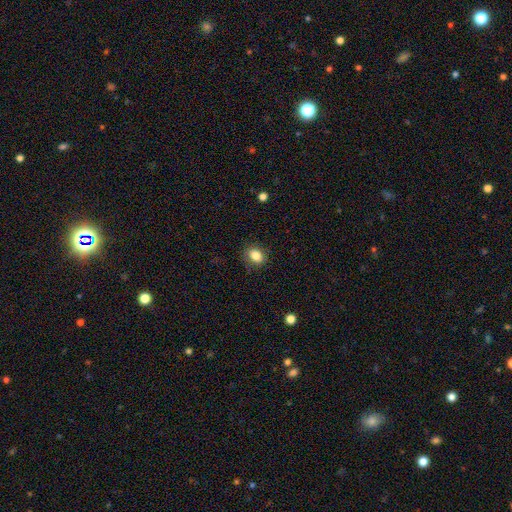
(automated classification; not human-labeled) Morphology: type=smooth (84%); roundness=in between (60%); merging=none (83%).